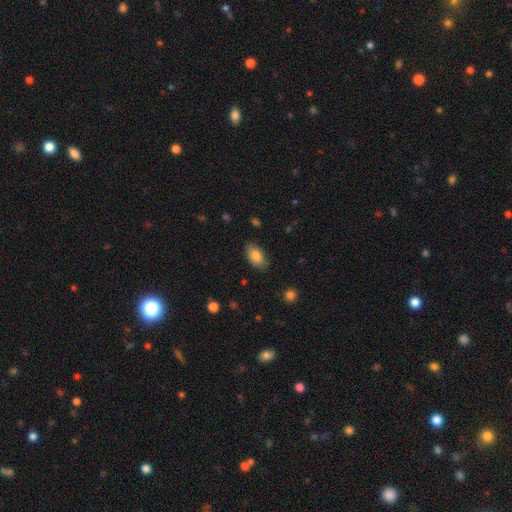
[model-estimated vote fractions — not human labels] This is clearly a smooth galaxy (83%). How rounded: clearly in between (93%). Merging: clearly none (82%).